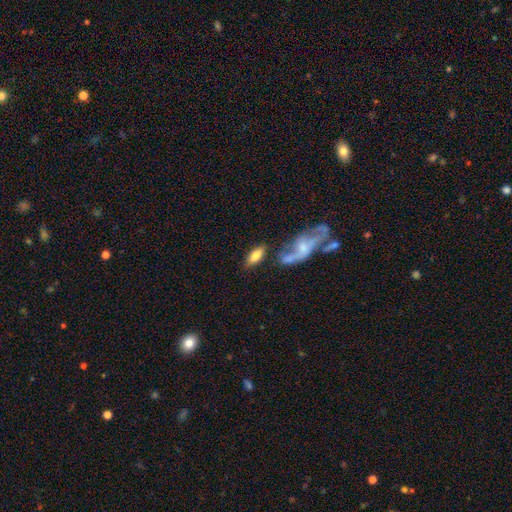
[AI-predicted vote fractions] A smooth galaxy with no disk features (73%) that is in between round and cigar-shaped (84%).

Vote fractions:
- Smooth or featured? smooth: 73% / featured or disk: 20% / star or artifact: 7%
- How rounded? in between: 84% / cigar-shaped: 13% / round: 3%
- Merging? none: 60% / merger: 19% / minor disturbance: 14% / major disturbance: 6%